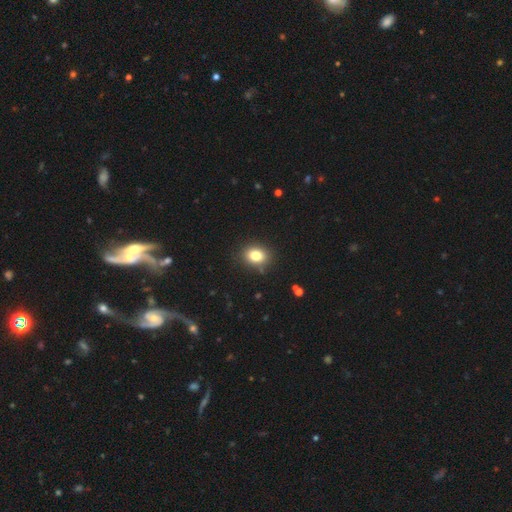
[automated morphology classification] type=smooth (81%); roundness=in between (59%); merging=none (87%).